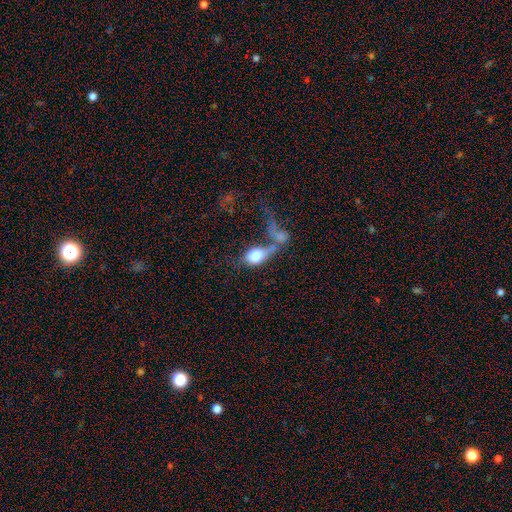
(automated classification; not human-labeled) This is likely a smooth galaxy (67%). How rounded: likely in between (70%). Merging: possibly merger (45%).